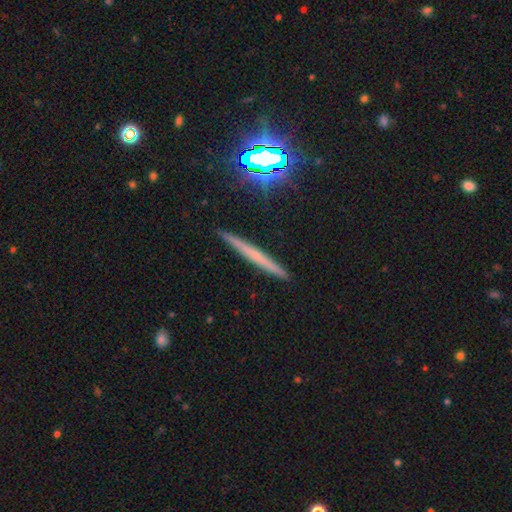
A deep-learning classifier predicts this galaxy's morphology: The model was most divided on "smooth or featured": featured or disk: 44%, smooth: 43%, star or artifact: 13%. More confident: merging — none (91%).